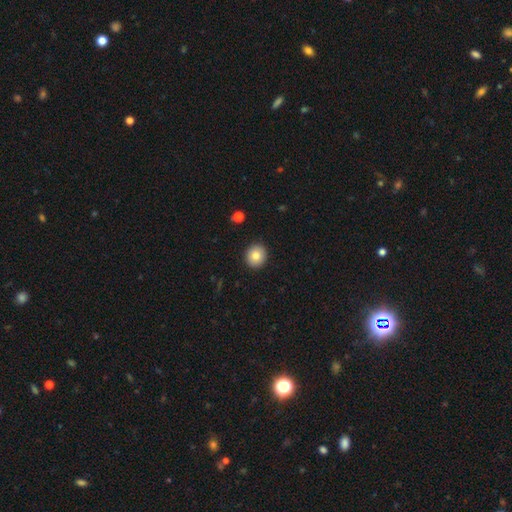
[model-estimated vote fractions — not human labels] Smooth or featured: smooth — 81% (featured or disk — 10%)
How rounded: round — 88% (in between — 11%)
Merging: none — 92% (minor disturbance — 5%)